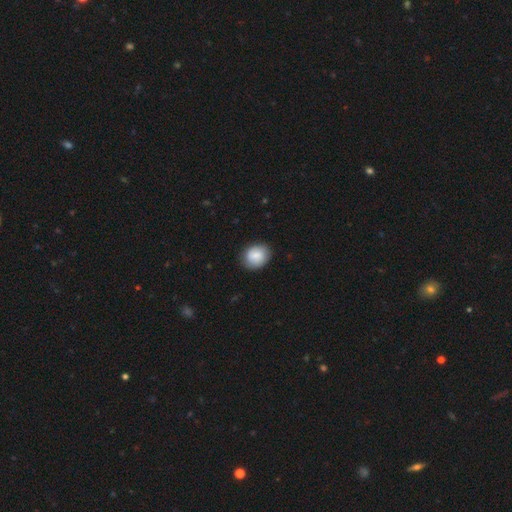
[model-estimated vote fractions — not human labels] Smooth or featured? Predicted: smooth (p=0.82). How rounded? Predicted: round (p=0.54). Merging? Predicted: none (p=0.84).